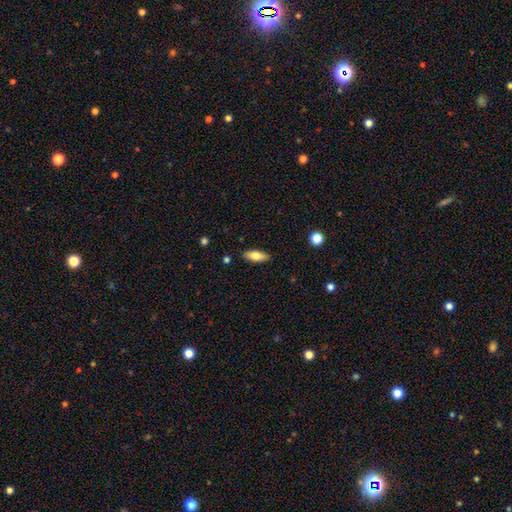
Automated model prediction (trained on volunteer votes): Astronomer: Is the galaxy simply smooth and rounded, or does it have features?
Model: smooth — 78%.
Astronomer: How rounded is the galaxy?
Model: in between — 74%.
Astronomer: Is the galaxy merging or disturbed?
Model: none — 87%.